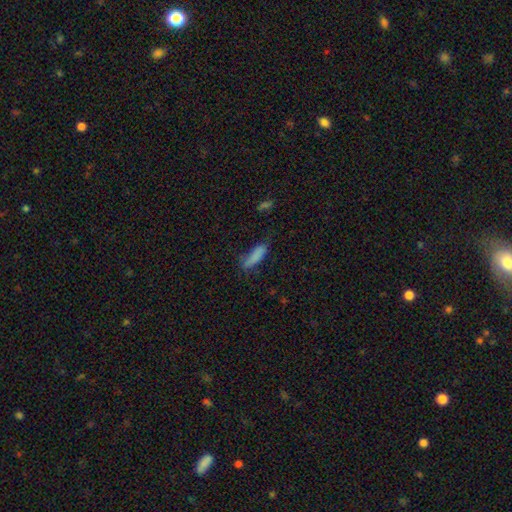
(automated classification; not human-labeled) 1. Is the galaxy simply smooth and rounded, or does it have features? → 82% smooth, 9% featured or disk, 9% star or artifact.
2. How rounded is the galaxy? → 53% cigar-shaped, 45% in between, 2% round.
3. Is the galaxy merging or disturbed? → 56% none, 30% minor disturbance, 11% major disturbance, 4% merger.